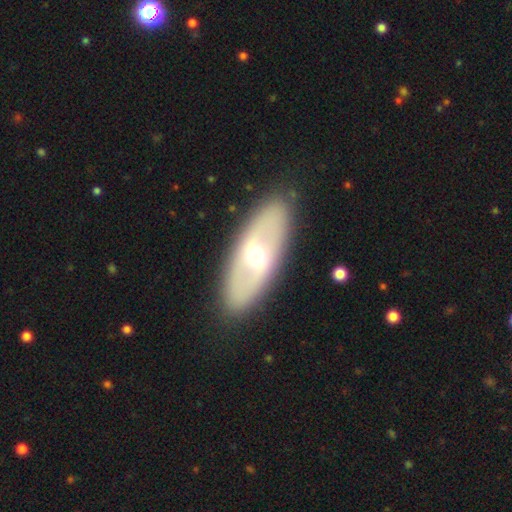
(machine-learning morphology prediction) This appears to be a featured or disk galaxy (60%). Merging: none (89%).